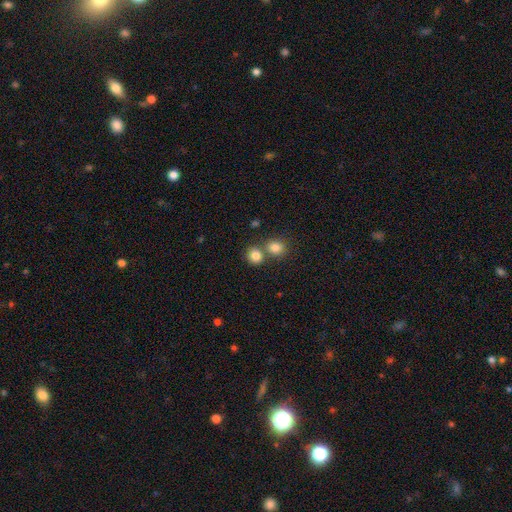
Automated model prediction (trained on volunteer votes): Smooth or featured? Predicted: smooth (p=0.82). How rounded? Predicted: round (p=0.82). Merging? Predicted: none (p=0.57).